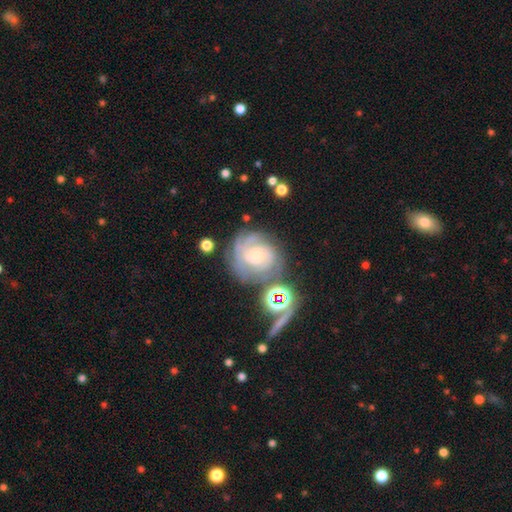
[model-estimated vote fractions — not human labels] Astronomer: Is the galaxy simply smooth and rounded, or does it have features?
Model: featured or disk — 77%.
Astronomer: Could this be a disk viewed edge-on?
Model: no — 98%.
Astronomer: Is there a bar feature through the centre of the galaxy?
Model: no — 67%.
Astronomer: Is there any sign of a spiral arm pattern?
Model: yes — 94%.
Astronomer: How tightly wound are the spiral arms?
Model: tight — 65%.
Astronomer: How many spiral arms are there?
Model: can't tell — 33% (runner-up: 3, 25%).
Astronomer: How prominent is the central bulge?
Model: small — 54% (runner-up: moderate, 29%).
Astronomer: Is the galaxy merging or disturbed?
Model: none — 62%.